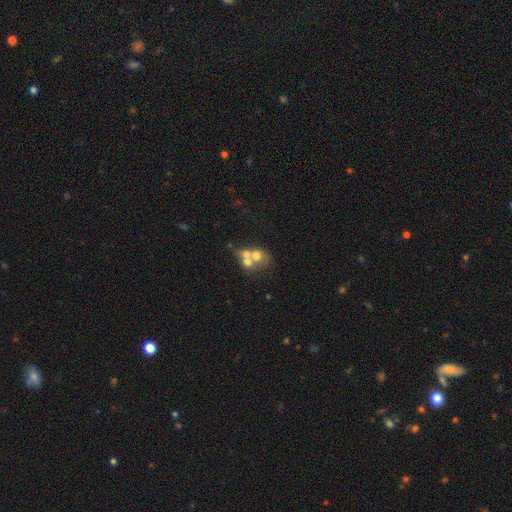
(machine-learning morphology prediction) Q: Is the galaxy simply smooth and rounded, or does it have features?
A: smooth — 52%.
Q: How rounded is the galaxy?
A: round — 68%.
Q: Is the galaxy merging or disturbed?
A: merger — 64%.